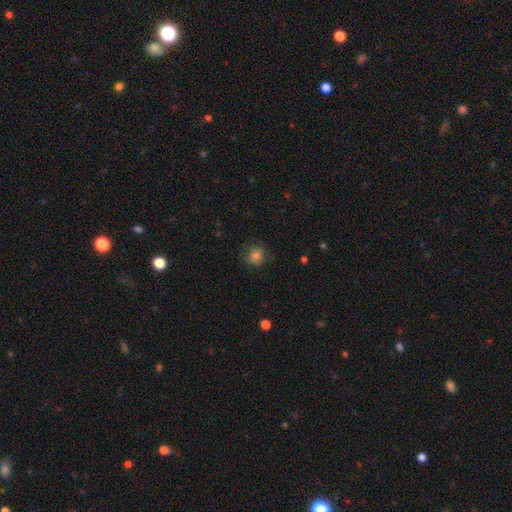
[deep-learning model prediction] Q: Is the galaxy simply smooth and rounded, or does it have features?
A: smooth — 81%.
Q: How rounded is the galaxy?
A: round — 85%.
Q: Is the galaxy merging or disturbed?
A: none — 75%.